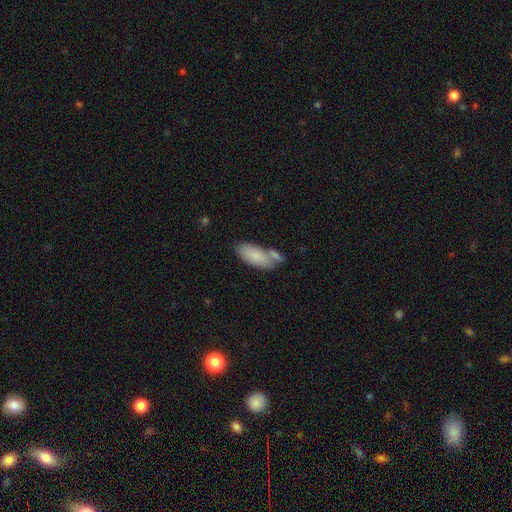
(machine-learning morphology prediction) type=smooth (83%); roundness=in between (86%); merging=none (48%).